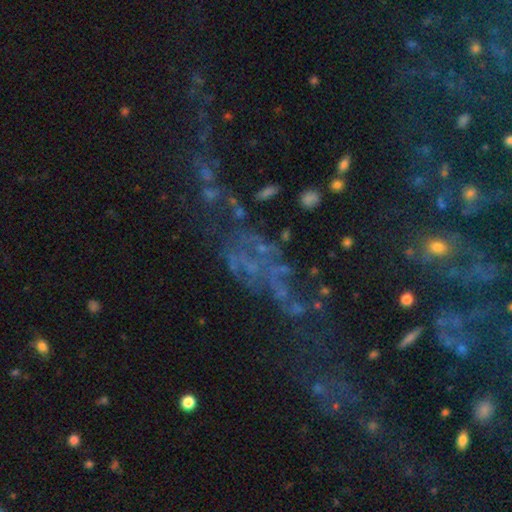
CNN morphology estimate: This is marginally a featured or disk galaxy (45%). Merging: marginally major disturbance (39%).